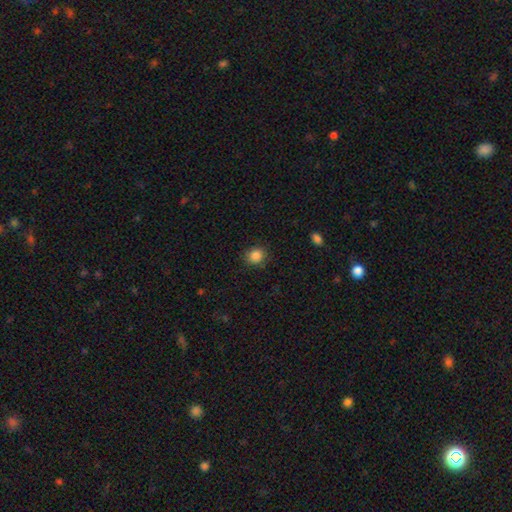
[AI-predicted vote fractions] The model was most divided on "how rounded": round: 83%, in between: 16%, cigar-shaped: 1%. More confident: merging — none (86%); smooth or featured — smooth (86%).